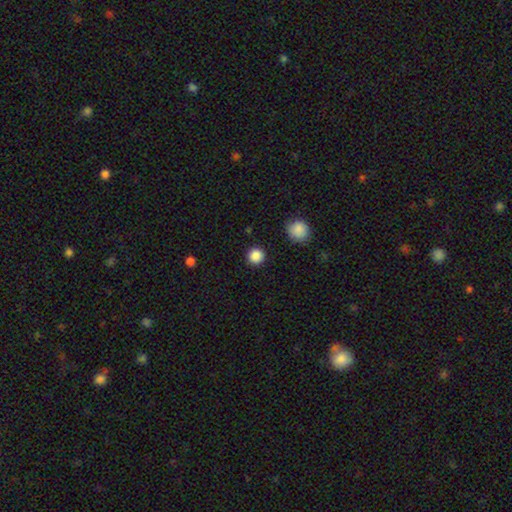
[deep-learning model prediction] This appears to be a smooth galaxy with no disk features (87%) that is round (95%). Merging: none (91%).